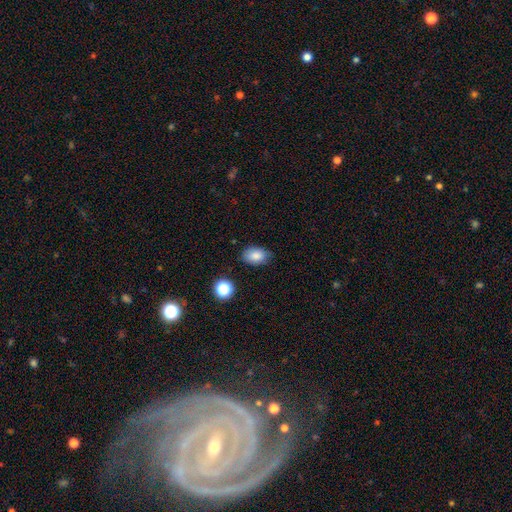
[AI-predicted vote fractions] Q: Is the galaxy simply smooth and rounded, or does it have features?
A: smooth — 84%.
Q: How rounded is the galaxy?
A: in between — 84%.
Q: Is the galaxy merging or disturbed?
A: none — 79%.